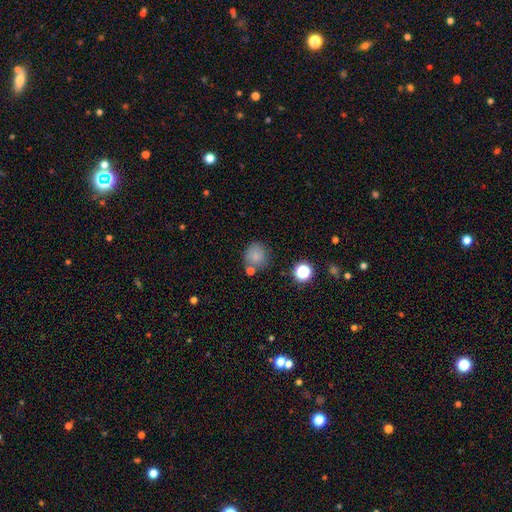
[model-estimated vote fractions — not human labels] Smooth or featured? Predicted: smooth (p=0.79). How rounded? Predicted: round (p=0.86). Merging? Predicted: none (p=0.66).